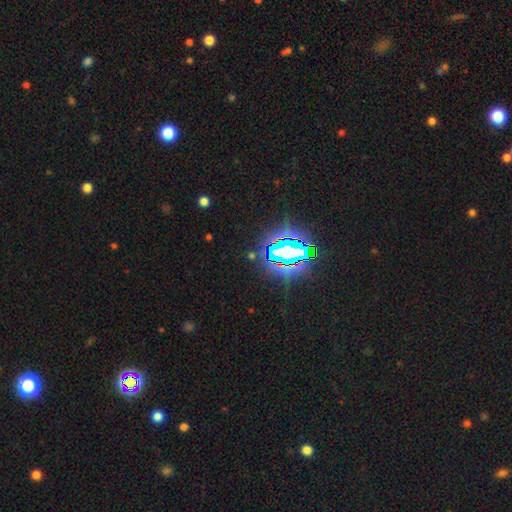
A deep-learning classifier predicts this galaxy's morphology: The model was most divided on "smooth or featured": star or artifact: 79%, smooth: 12%, featured or disk: 10%.